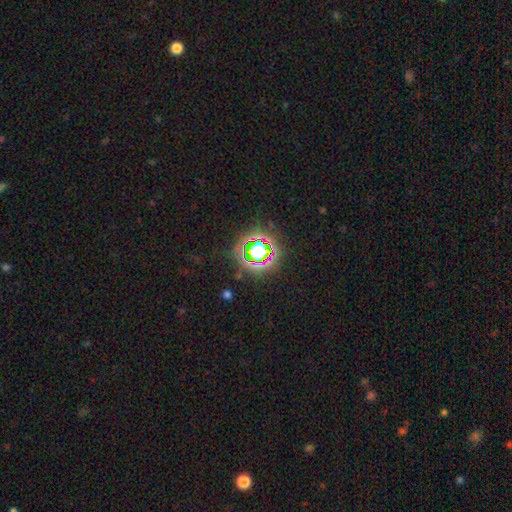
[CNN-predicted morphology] Smooth or featured? Predicted: star or artifact (p=0.74).